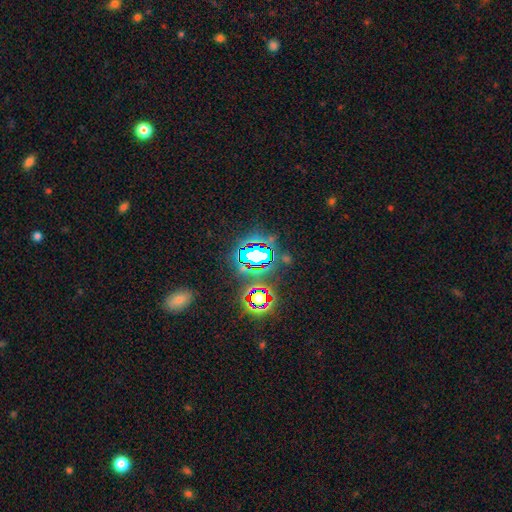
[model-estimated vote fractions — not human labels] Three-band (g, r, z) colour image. It shows a star or artifact, not a galaxy (70%).